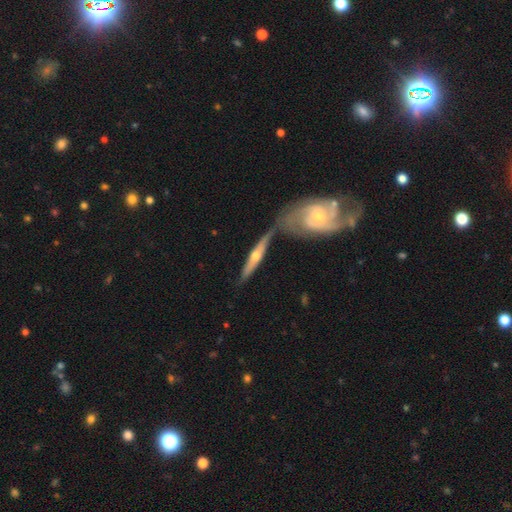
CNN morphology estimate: The model was most divided on "merging": none: 49%, merger: 29%, minor disturbance: 15%, major disturbance: 6%. More confident: edge-on bulge — rounded (87%); edge-on disk — yes (80%); smooth or featured — featured or disk (73%).